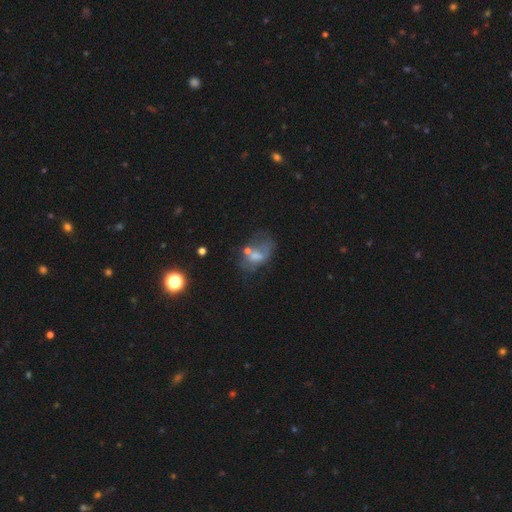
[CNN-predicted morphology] Overall: featured or disk (44%; smooth 41%). Merging: major disturbance (34%; none 28%).